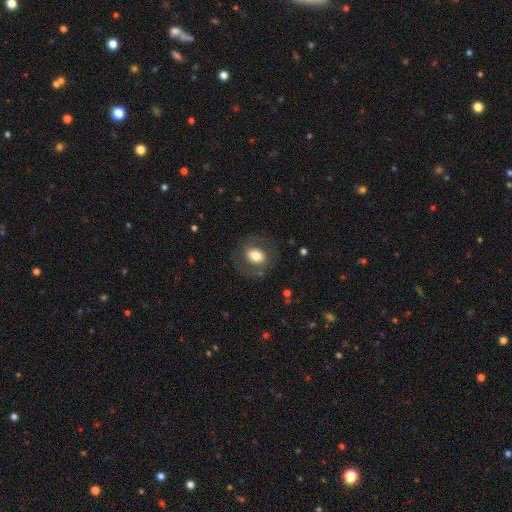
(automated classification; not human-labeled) This appears to be a smooth galaxy with no disk features (61%) that is round (51%). Merging: none (78%).